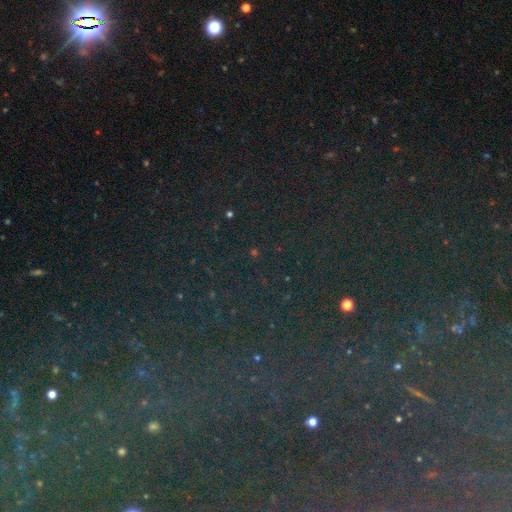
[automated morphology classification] Overall: star or artifact (81%).